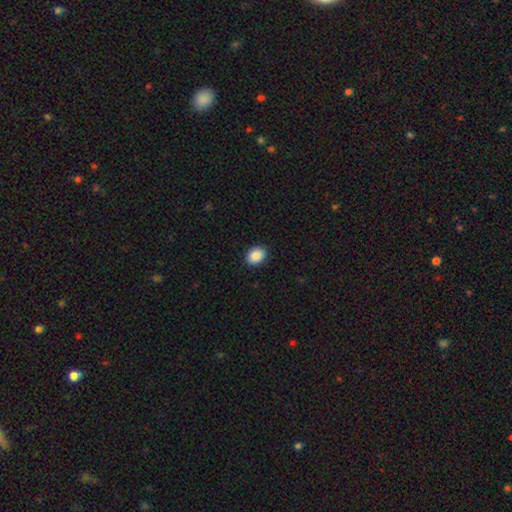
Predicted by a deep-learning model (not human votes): Morphology: type=smooth (90%); roundness=in between (66%); merging=none (90%).